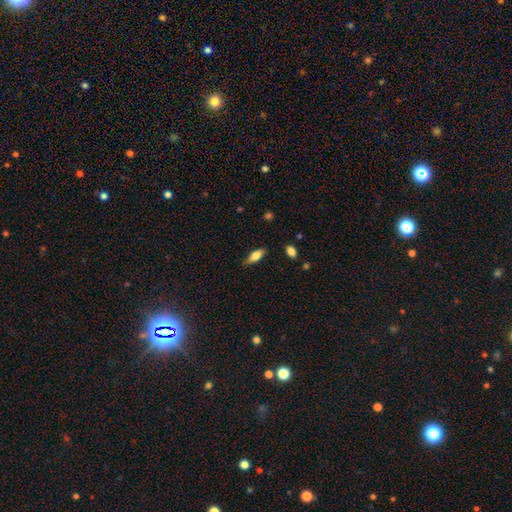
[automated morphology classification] Smooth or featured: smooth — 72% (featured or disk — 21%)
How rounded: in between — 73% (cigar-shaped — 25%)
Merging: none — 80% (minor disturbance — 16%)